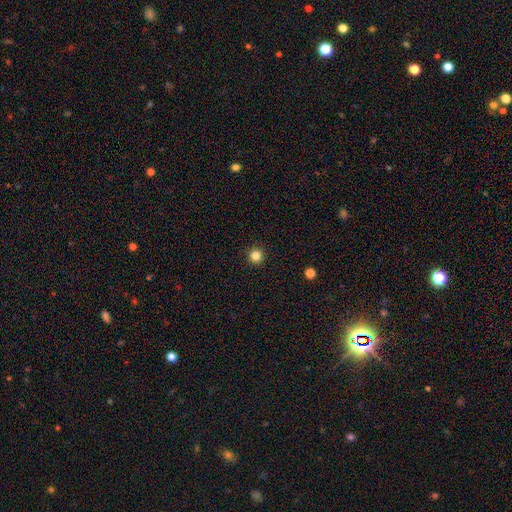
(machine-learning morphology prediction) smooth 83%, star or artifact 13%, featured or disk 4%. Down the decision tree: how rounded — round (96%); merging — none (94%).